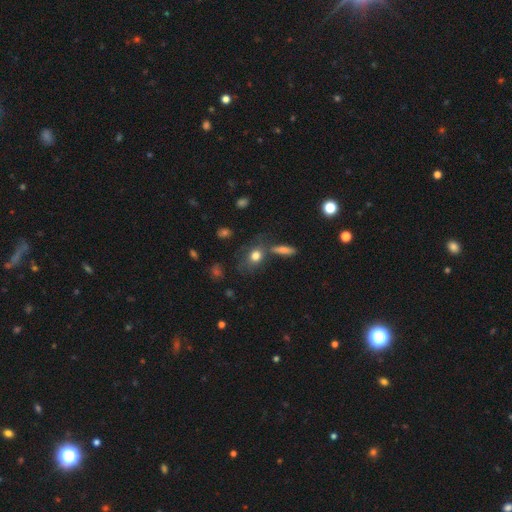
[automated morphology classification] This is likely a smooth galaxy (77%). How rounded: possibly in between (55%). Merging: possibly none (58%).